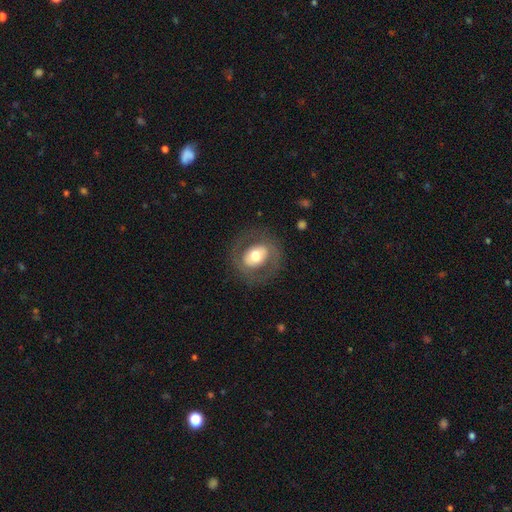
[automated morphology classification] type=featured or disk (50%); merging=none (77%).